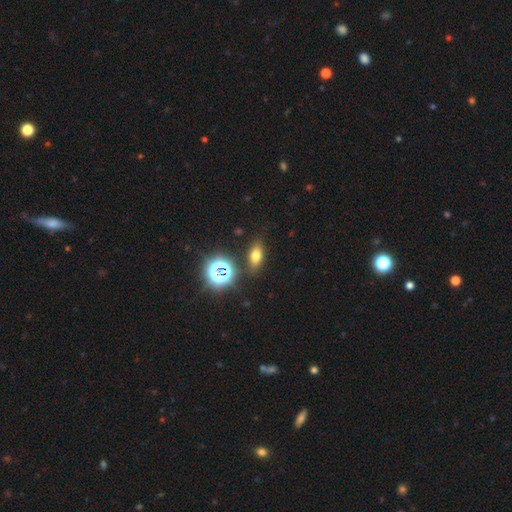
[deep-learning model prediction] Smooth or featured? Predicted: smooth (p=0.67). How rounded? Predicted: in between (p=0.73). Merging? Predicted: none (p=0.83).